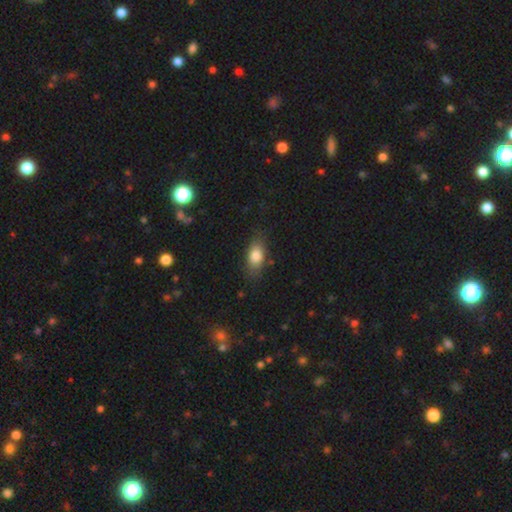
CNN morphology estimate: A smooth galaxy with no disk features (82%) that is in between round and cigar-shaped (85%). Merging: none (77%).